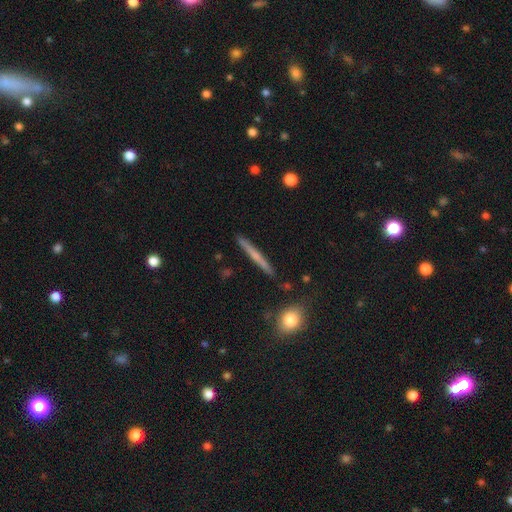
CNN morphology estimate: This appears to be a featured or disk galaxy (49%). Merging: none (89%).